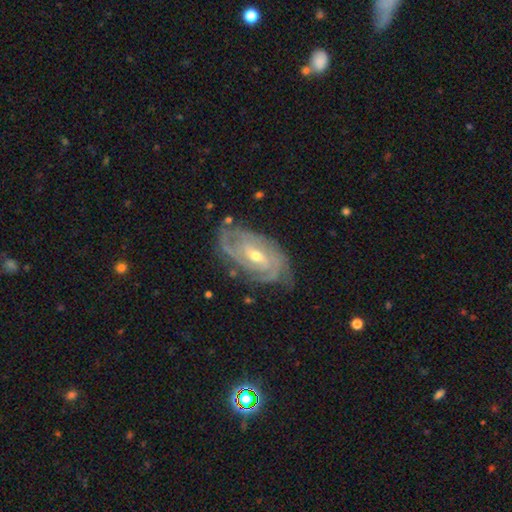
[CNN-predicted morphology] Smooth or featured?
  - featured or disk: 89% *
  - smooth: 6%
  - star or artifact: 5%
Edge-on disk?
  - no: 95% *
  - yes: 5%
Bar?
  - weak: 46% *
  - no: 33%
  - strong: 21%
Spiral arms?
  - yes: 97% *
  - no: 3%
Spiral winding?
  - tight: 71% *
  - medium: 25%
  - loose: 5%
Spiral arm count?
  - 2: 33% *
  - 3: 25%
  - can't tell: 22%
  - 4: 10%
  - more than 4: 5%
  - 1: 5%
Bulge size?
  - moderate: 52% *
  - small: 46%
  - large: 1%
  - none: 1%
  - dominant: 1%
Merging?
  - none: 76% *
  - minor disturbance: 18%
  - major disturbance: 5%
  - merger: 2%